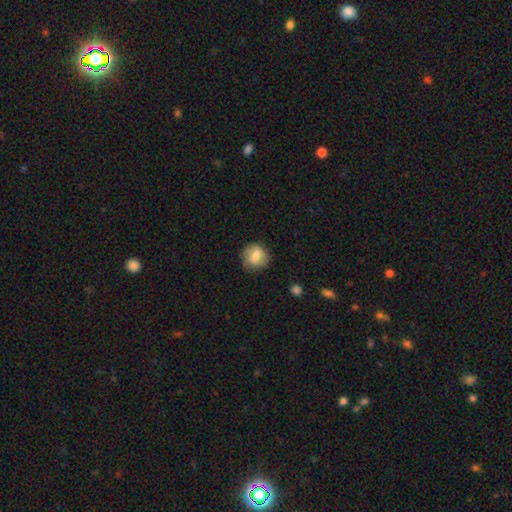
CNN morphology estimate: type=smooth (70%); roundness=round (80%); merging=none (77%).